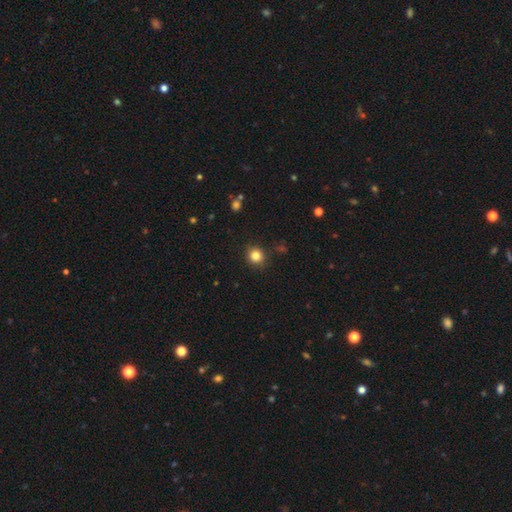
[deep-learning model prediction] This appears to be a smooth galaxy with no disk features (84%) that is round (89%). Merging: none (88%).